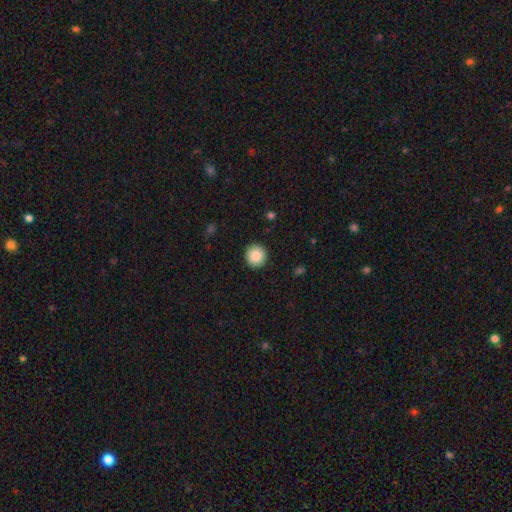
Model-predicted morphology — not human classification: smooth-or-featured: smooth: 87% | star or artifact: 8% | featured or disk: 4%
  how-rounded: round: 90% | in between: 9% | cigar-shaped: 1%
  merging: none: 92% | minor disturbance: 6% | major disturbance: 2% | merger: 1%